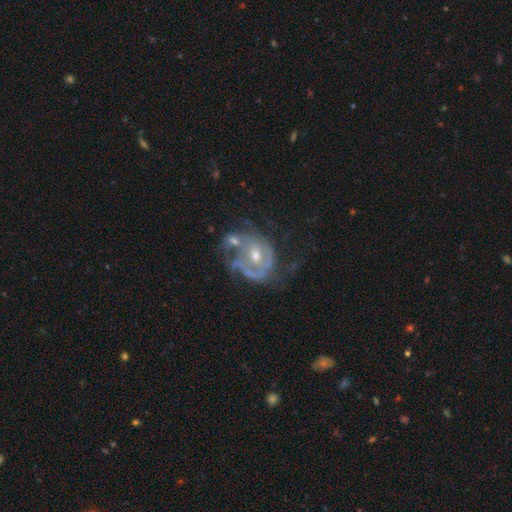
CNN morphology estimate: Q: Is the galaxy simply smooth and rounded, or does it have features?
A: featured or disk — 79%.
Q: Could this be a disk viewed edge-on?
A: no — 97%.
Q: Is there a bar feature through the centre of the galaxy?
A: no — 66%.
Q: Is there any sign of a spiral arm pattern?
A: yes — 74%.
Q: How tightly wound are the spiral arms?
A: tight — 50%.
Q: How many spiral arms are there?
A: can't tell — 38%.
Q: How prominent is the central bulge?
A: moderate — 56%.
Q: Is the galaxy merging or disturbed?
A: none — 30%.